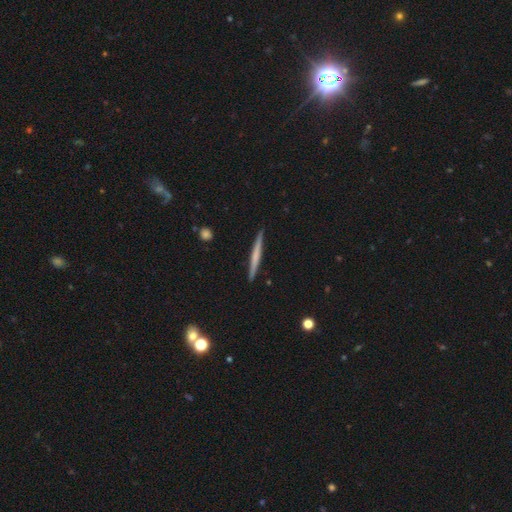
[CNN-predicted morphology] A featured or disk galaxy (48%).

Vote fractions:
- Smooth or featured? featured or disk: 48% / smooth: 46% / star or artifact: 5%
- Merging? none: 91% / minor disturbance: 6% / major disturbance: 1% / merger: 1%